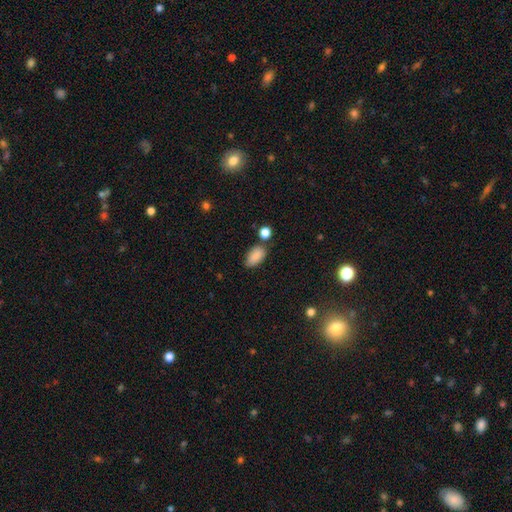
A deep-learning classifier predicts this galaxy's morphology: Smooth or featured? Predicted: smooth (p=0.87). How rounded? Predicted: in between (p=0.92). Merging? Predicted: none (p=0.69).